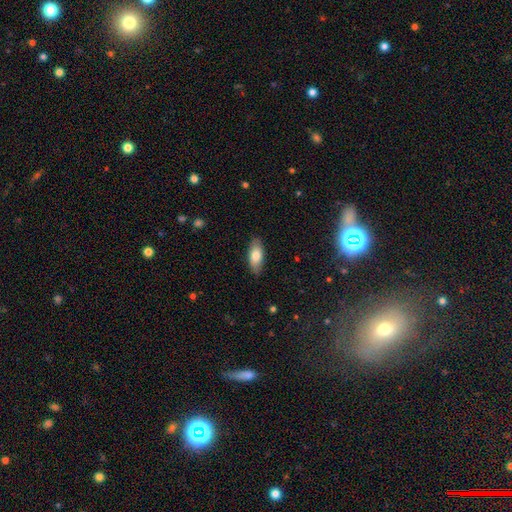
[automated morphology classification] Smooth or featured? smooth (79%)
How rounded? in between (84%)
Merging? none (87%)